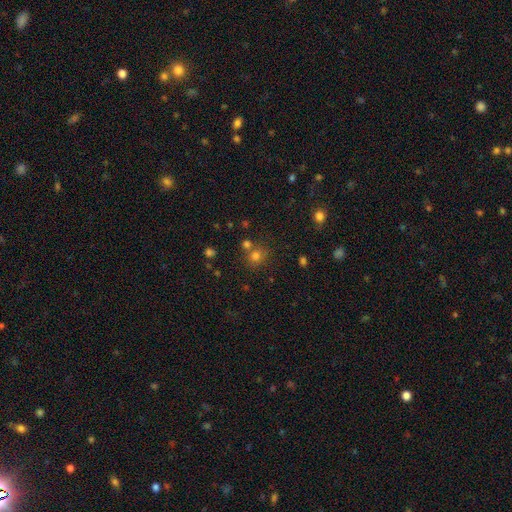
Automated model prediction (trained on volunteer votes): smooth 72%, star or artifact 20%, featured or disk 8%. Down the decision tree: how rounded — round (83%); merging — none (66%).